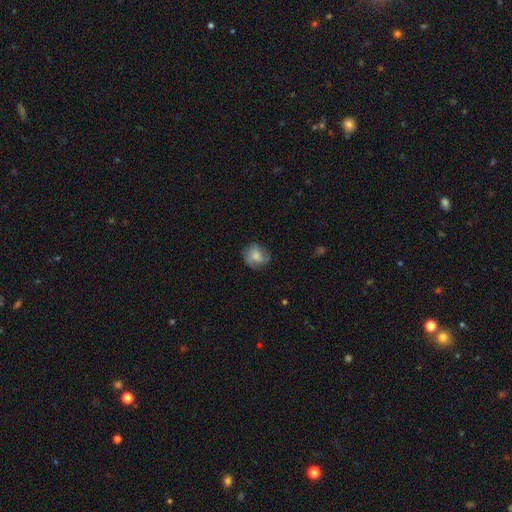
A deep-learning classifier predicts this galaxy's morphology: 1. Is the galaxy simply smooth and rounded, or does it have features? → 61% smooth, 31% featured or disk, 9% star or artifact.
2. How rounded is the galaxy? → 70% round, 29% in between, 1% cigar-shaped.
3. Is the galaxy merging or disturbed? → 64% none, 24% minor disturbance, 10% major disturbance, 2% merger.